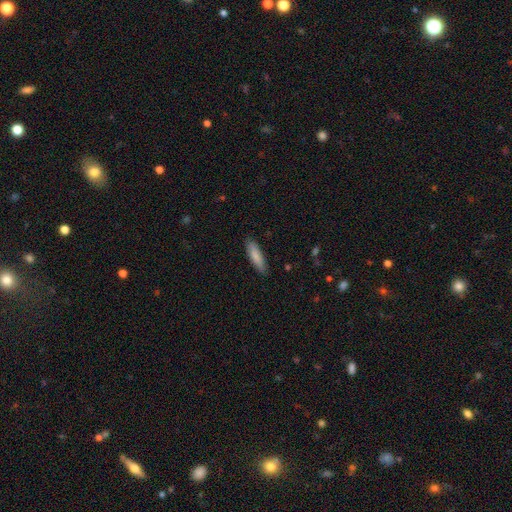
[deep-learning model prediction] A smooth galaxy with no disk features (84%) that is cigar-shaped (69%).

Vote fractions:
- Smooth or featured? smooth: 84% / featured or disk: 11% / star or artifact: 6%
- How rounded? cigar-shaped: 69% / in between: 30% / round: 1%
- Merging? none: 86% / minor disturbance: 11% / major disturbance: 2% / merger: 1%